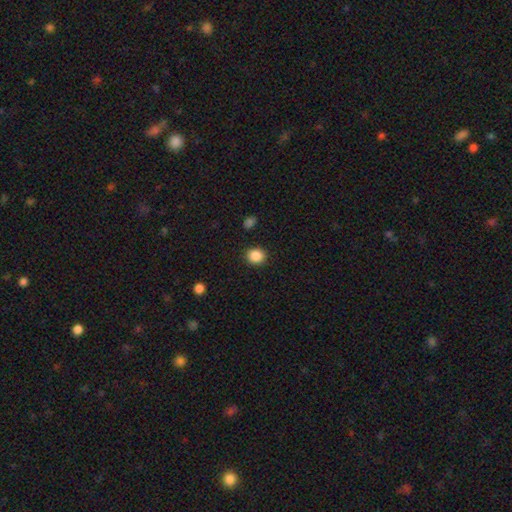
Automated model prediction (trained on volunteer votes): smooth_or_featured: smooth (p=0.88) [alt: star or artifact p=0.10]
how_rounded: round (p=0.82) [alt: in between p=0.17]
merging: none (p=0.90) [alt: minor disturbance p=0.06]